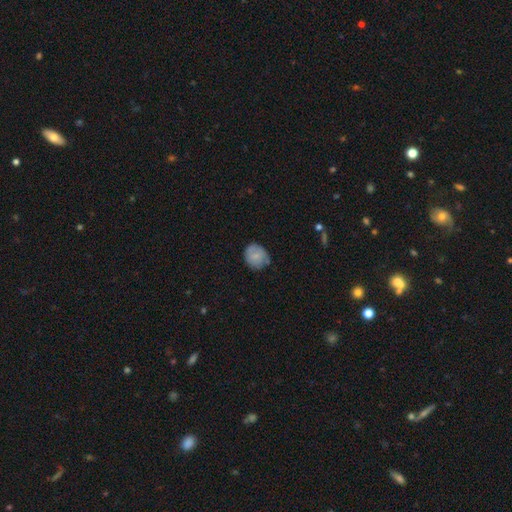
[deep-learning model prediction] A smooth galaxy with no disk features (71%) that is round (75%).

Vote fractions:
- Smooth or featured? smooth: 71% / featured or disk: 22% / star or artifact: 8%
- How rounded? round: 75% / in between: 24% / cigar-shaped: 1%
- Merging? none: 61% / minor disturbance: 31% / major disturbance: 6% / merger: 2%